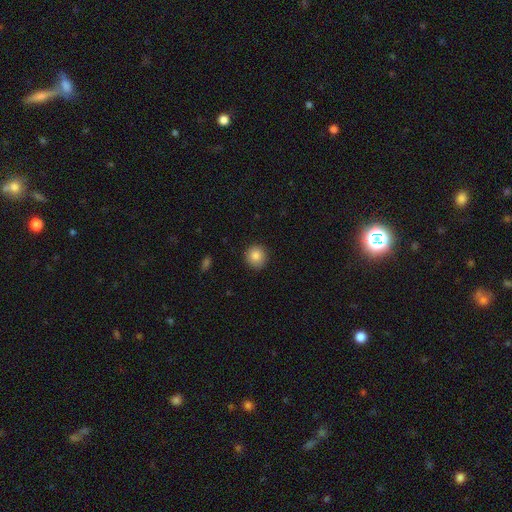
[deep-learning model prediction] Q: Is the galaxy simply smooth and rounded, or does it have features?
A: smooth — 87%.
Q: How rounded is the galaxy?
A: round — 93%.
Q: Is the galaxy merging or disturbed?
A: none — 90%.